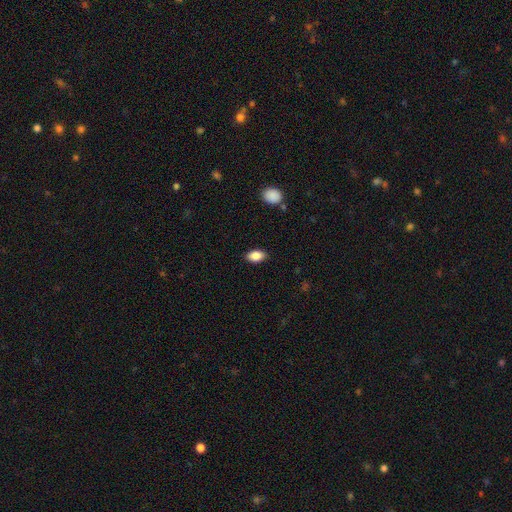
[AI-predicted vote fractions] smooth 86%, star or artifact 8%, featured or disk 6%. Down the decision tree: how rounded — in between (89%); merging — none (87%).